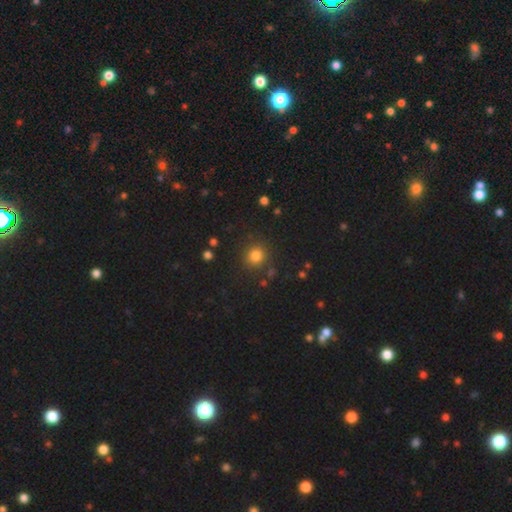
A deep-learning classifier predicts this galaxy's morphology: smooth_or_featured: smooth (p=0.81) [alt: star or artifact p=0.14]
how_rounded: round (p=0.90) [alt: in between p=0.09]
merging: none (p=0.86) [alt: minor disturbance p=0.08]